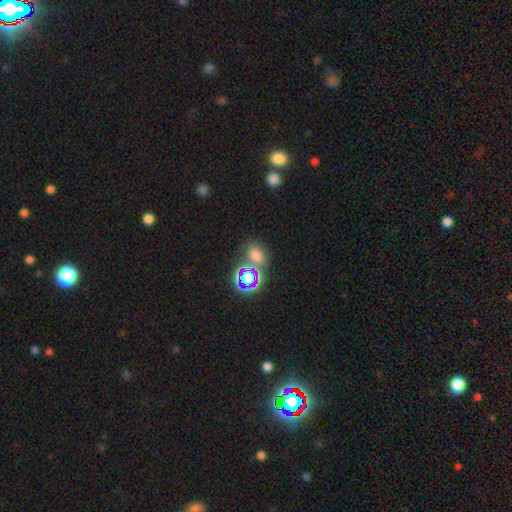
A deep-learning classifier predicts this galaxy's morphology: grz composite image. It shows a smooth galaxy with no disk features (58%) that is in between round and cigar-shaped (56%). Merging: none (64%).